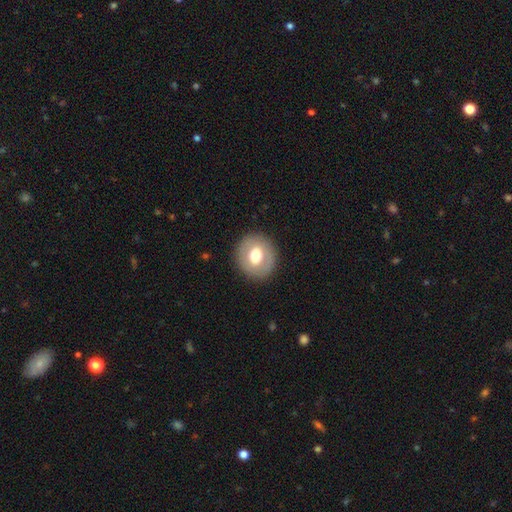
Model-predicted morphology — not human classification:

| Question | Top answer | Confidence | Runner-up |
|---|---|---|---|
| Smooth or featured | smooth | 60% | featured or disk (33%) |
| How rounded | round | 82% | in between (17%) |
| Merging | none | 88% | minor disturbance (8%) |